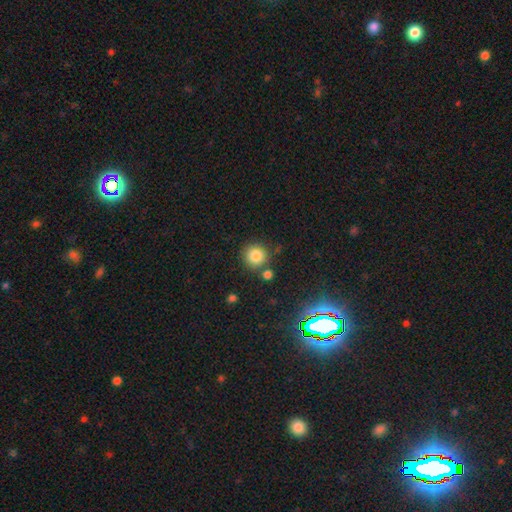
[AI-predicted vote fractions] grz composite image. It shows a smooth galaxy with no disk features (84%) that is round (92%). Merging: none (77%).